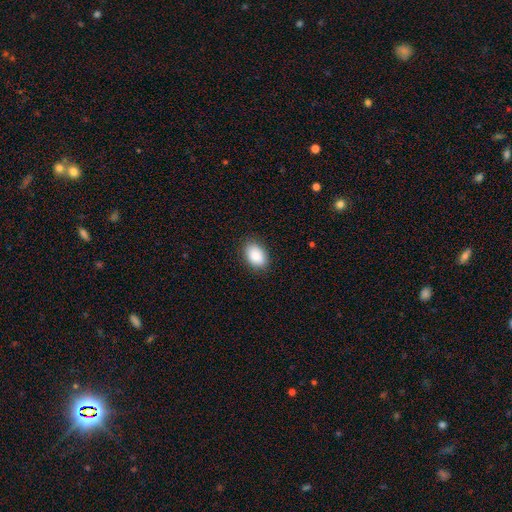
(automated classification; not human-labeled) smooth-or-featured: smooth: 88% | star or artifact: 7% | featured or disk: 5%
  how-rounded: in between: 87% | round: 12% | cigar-shaped: 1%
  merging: none: 87% | minor disturbance: 10% | major disturbance: 2% | merger: 1%